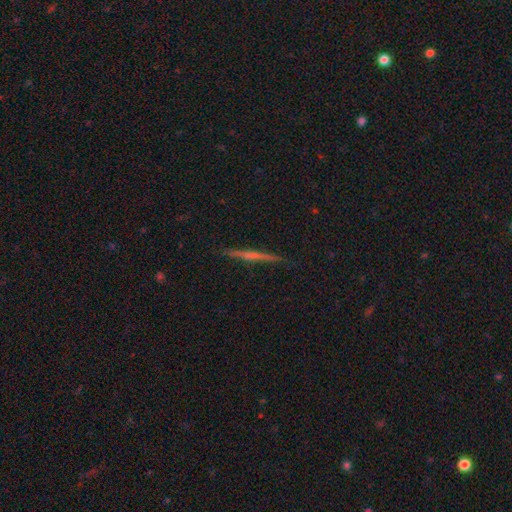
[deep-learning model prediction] Morphology: type=featured or disk (63%); edge-on=yes (98%); edge-on bulge=none (61%); merging=none (91%).